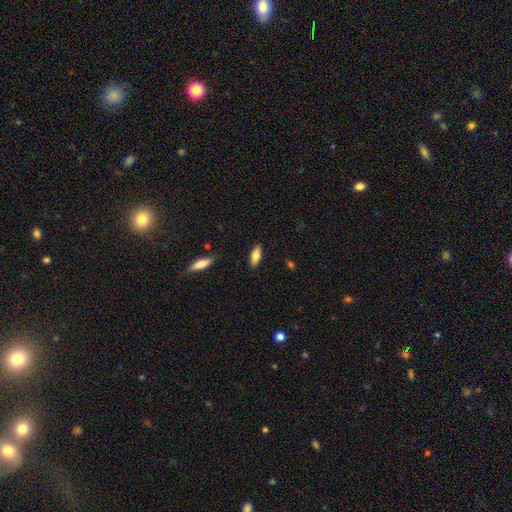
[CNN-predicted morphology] Q: Smooth or featured?
A: smooth (72%); runner-up: featured or disk (21%)
Q: How rounded?
A: in between (72%); runner-up: cigar-shaped (26%)
Q: Merging?
A: none (87%); runner-up: minor disturbance (9%)